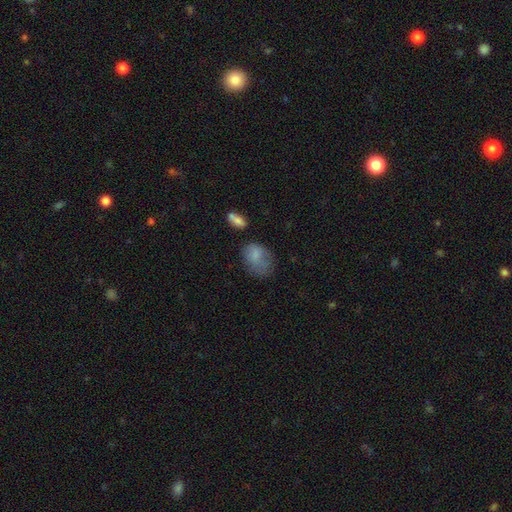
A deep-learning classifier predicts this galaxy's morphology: This is likely a smooth galaxy (76%). How rounded: likely in between (77%). Merging: marginally none (41%).